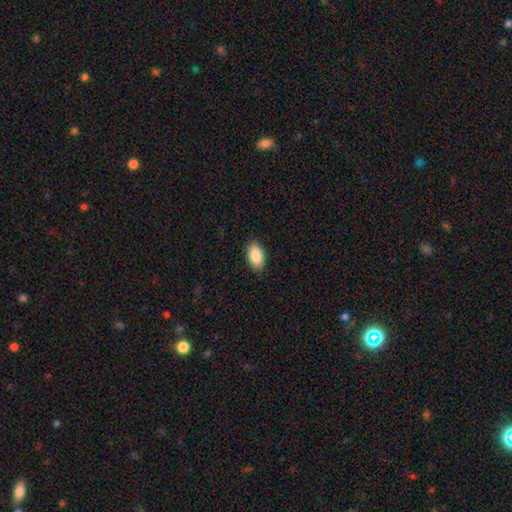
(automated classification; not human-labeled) This appears to be a smooth galaxy with no disk features (87%) that is in between round and cigar-shaped (93%). Merging: none (89%).